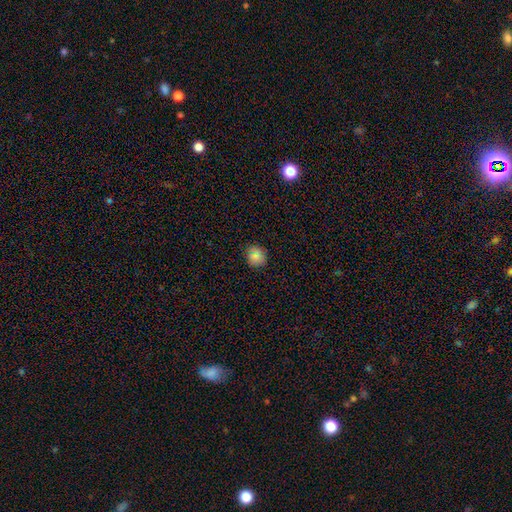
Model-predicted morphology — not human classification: A smooth galaxy with no disk features (81%) that is round (79%).

Vote fractions:
- Smooth or featured? smooth: 81% / star or artifact: 12% / featured or disk: 7%
- How rounded? round: 79% / in between: 20% / cigar-shaped: 1%
- Merging? none: 84% / minor disturbance: 12% / major disturbance: 2% / merger: 1%